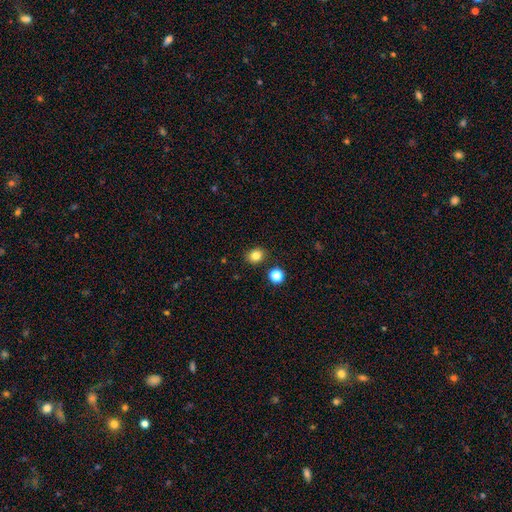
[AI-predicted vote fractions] smooth-or-featured: smooth: 82% | star or artifact: 13% | featured or disk: 5%
  how-rounded: round: 72% | in between: 28% | cigar-shaped: 1%
  merging: none: 88% | minor disturbance: 7% | merger: 3% | major disturbance: 2%